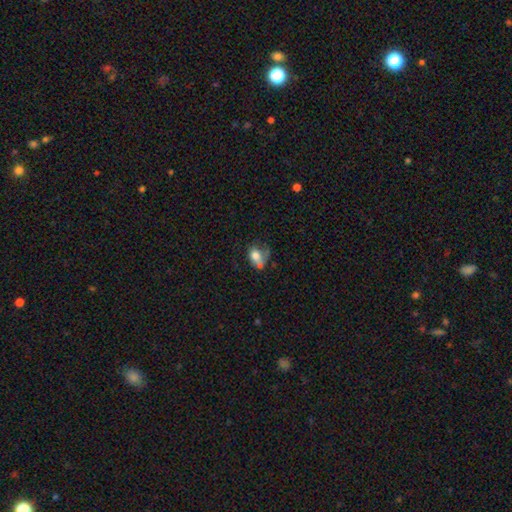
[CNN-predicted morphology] Smooth or featured? smooth (70%)
How rounded? in between (65%)
Merging? none (29%)